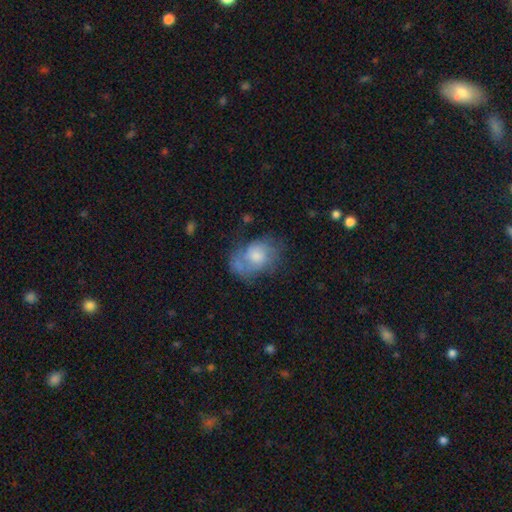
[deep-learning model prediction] Smooth or featured?
  - featured or disk: 56% *
  - smooth: 36%
  - star or artifact: 9%
Edge-on disk?
  - no: 97% *
  - yes: 3%
Bar?
  - no: 73% *
  - weak: 23%
  - strong: 3%
Spiral arms?
  - yes: 77% *
  - no: 23%
Bulge size?
  - small: 42% *
  - moderate: 41%
  - large: 8%
  - none: 6%
  - dominant: 2%
Merging?
  - none: 51% *
  - minor disturbance: 25%
  - major disturbance: 18%
  - merger: 6%